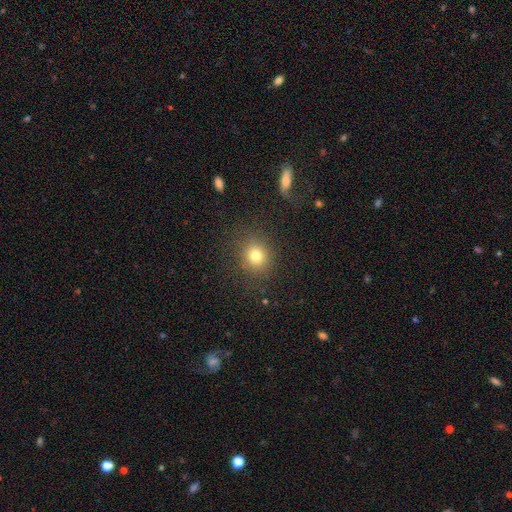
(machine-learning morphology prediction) Smooth or featured? Predicted: smooth (p=0.78). How rounded? Predicted: round (p=0.82). Merging? Predicted: none (p=0.85).